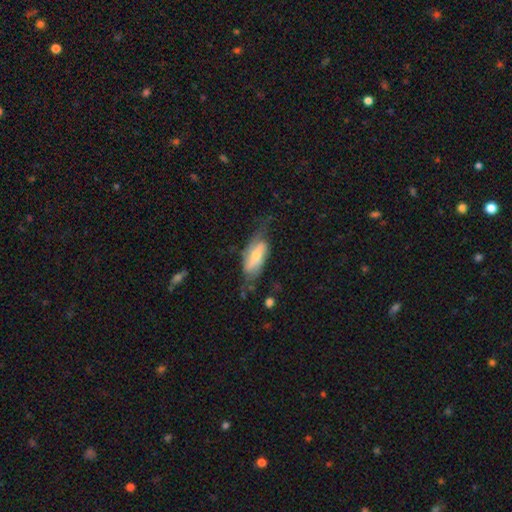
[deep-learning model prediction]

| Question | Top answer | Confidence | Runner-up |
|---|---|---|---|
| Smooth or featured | featured or disk | 57% | smooth (37%) |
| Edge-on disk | no | 82% | yes (18%) |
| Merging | none | 51% | minor disturbance (29%) |